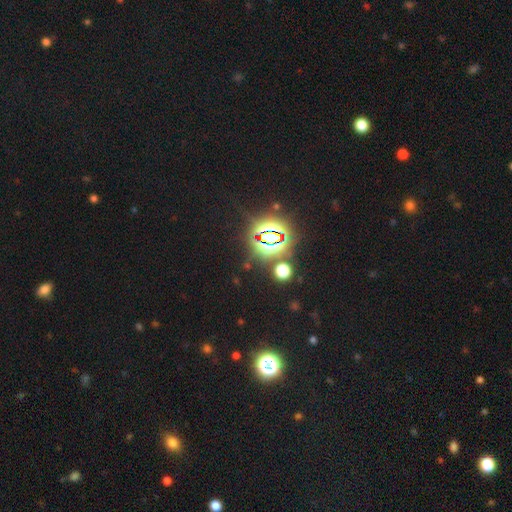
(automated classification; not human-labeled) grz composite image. It shows a star or artifact, not a galaxy (81%).